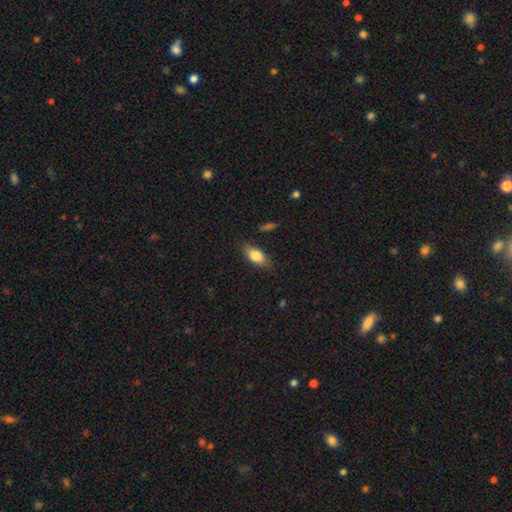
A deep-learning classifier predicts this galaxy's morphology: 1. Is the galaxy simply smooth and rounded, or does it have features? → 77% smooth, 16% featured or disk, 7% star or artifact.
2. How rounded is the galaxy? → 82% in between, 13% cigar-shaped, 5% round.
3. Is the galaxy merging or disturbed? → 81% none, 14% minor disturbance, 3% major disturbance, 2% merger.